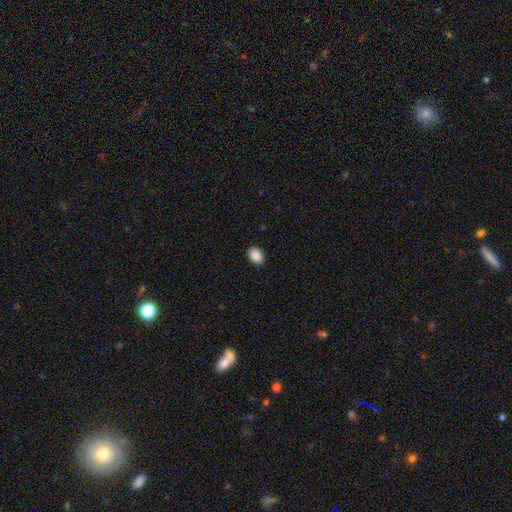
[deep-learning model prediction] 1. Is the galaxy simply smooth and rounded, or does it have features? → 90% smooth, 8% star or artifact, 3% featured or disk.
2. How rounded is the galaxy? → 73% in between, 26% round, 1% cigar-shaped.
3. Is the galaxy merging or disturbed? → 90% none, 8% minor disturbance, 2% major disturbance, 1% merger.